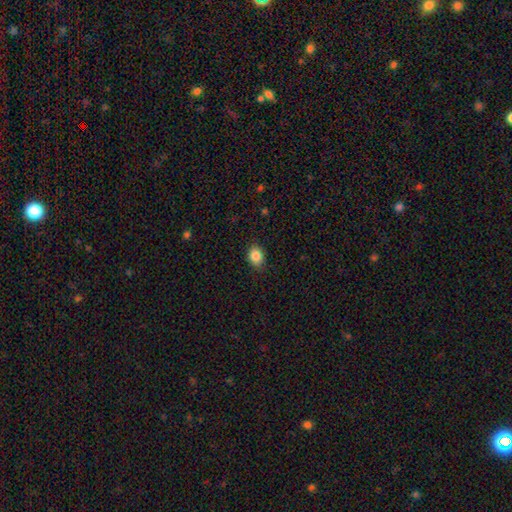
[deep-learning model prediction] Smooth or featured?
  - smooth: 85% *
  - star or artifact: 10%
  - featured or disk: 5%
How rounded?
  - in between: 50% *
  - round: 49%
  - cigar-shaped: 1%
Merging?
  - none: 85% *
  - minor disturbance: 12%
  - major disturbance: 2%
  - merger: 1%